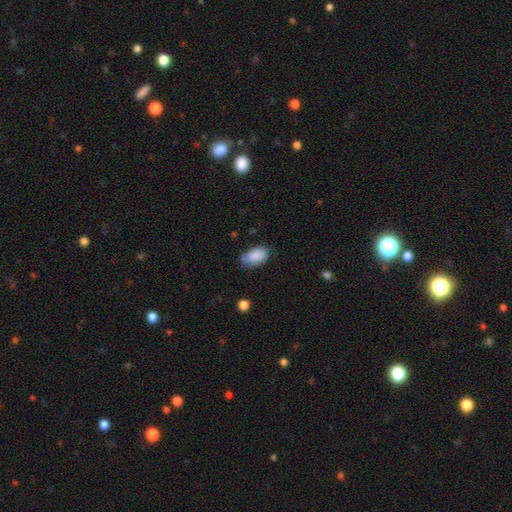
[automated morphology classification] This appears to be a smooth galaxy with no disk features (85%) that is in between round and cigar-shaped (91%). Merging: none (64%).